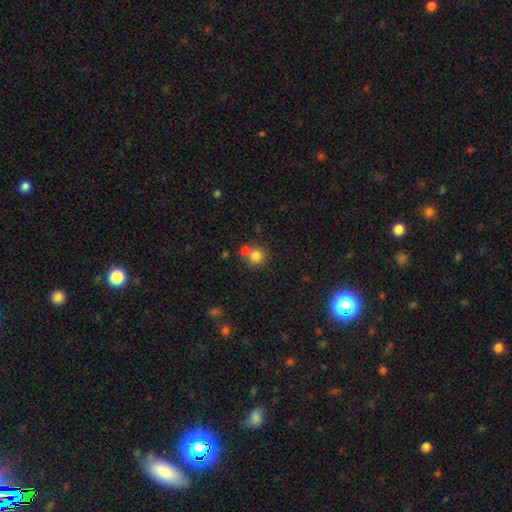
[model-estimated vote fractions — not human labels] This is clearly a smooth galaxy (81%). How rounded: clearly round (90%). Merging: possibly none (58%).